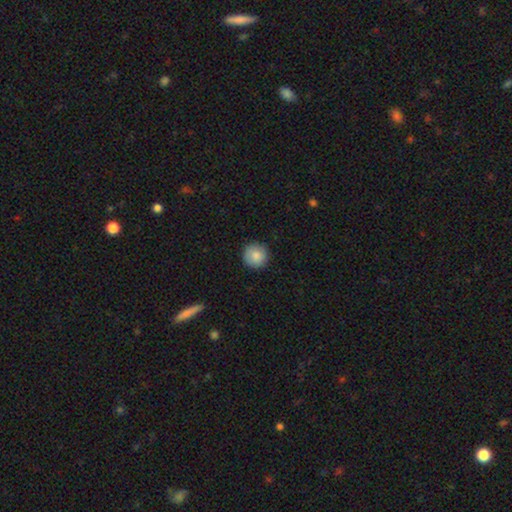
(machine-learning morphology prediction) Overall: smooth (86%). How rounded: round (96%). Merging: none (90%).